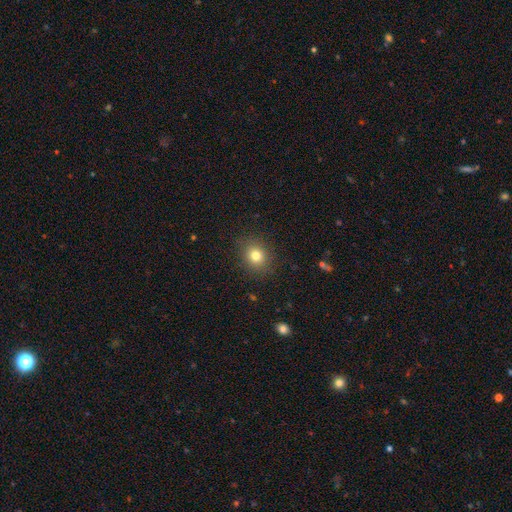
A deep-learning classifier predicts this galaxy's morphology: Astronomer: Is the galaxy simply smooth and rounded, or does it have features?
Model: smooth — 79%.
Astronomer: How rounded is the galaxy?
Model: round — 75%.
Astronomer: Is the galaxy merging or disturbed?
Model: none — 89%.